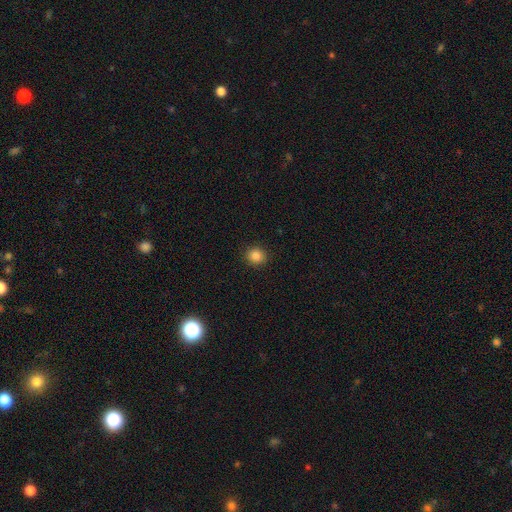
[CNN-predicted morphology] smooth-or-featured: smooth: 86% | star or artifact: 11% | featured or disk: 3%
  how-rounded: round: 88% | in between: 11% | cigar-shaped: 1%
  merging: none: 91% | minor disturbance: 6% | major disturbance: 2% | merger: 1%